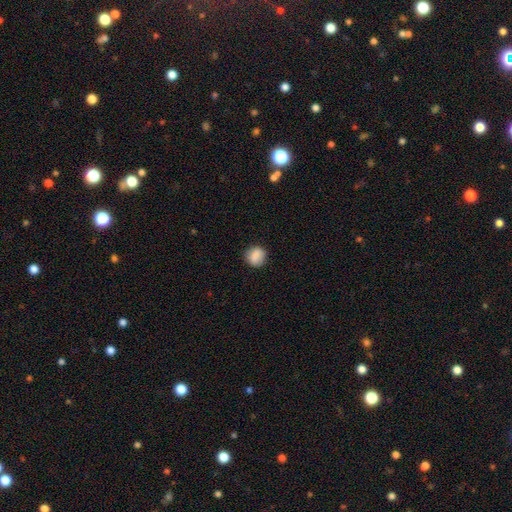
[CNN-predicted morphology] Overall: smooth (84%). How rounded: round (80%). Merging: none (83%).